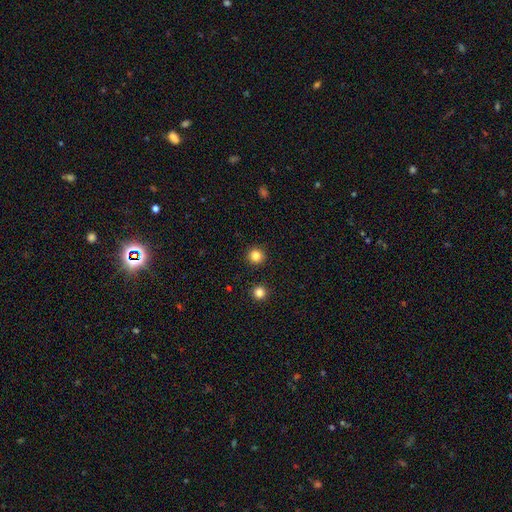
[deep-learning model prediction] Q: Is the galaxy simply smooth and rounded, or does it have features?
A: smooth — 84%.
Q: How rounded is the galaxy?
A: round — 95%.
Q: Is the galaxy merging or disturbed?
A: none — 92%.